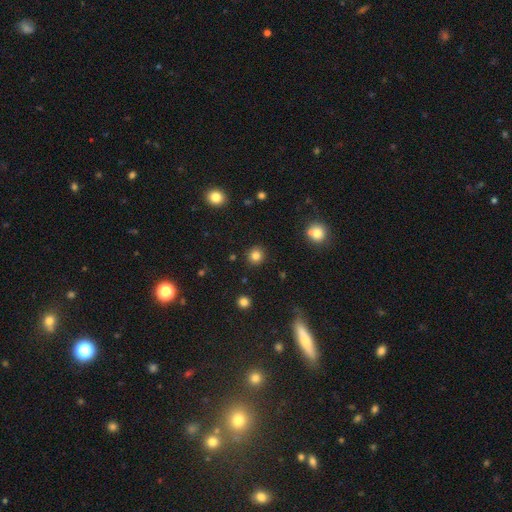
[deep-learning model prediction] smooth-or-featured: smooth: 82% | star or artifact: 12% | featured or disk: 6%
  how-rounded: round: 90% | in between: 9% | cigar-shaped: 1%
  merging: none: 90% | minor disturbance: 6% | major disturbance: 2% | merger: 2%